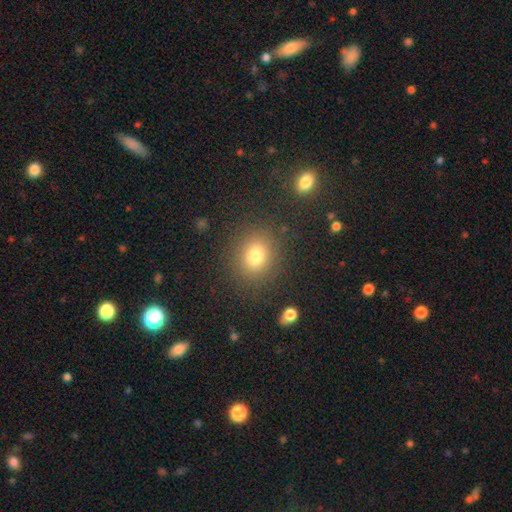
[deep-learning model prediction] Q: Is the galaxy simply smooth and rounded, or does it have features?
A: smooth — 77%.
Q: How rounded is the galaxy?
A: round — 70%.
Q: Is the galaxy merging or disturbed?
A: none — 86%.